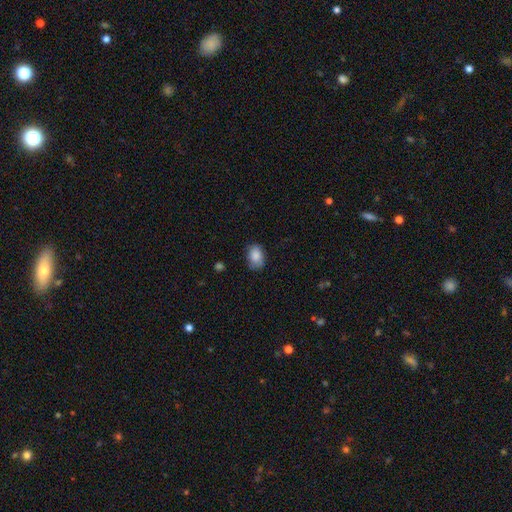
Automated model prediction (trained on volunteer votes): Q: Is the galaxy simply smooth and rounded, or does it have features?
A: smooth — 85%.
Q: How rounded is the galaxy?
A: in between — 82%.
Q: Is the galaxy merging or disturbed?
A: none — 70%.